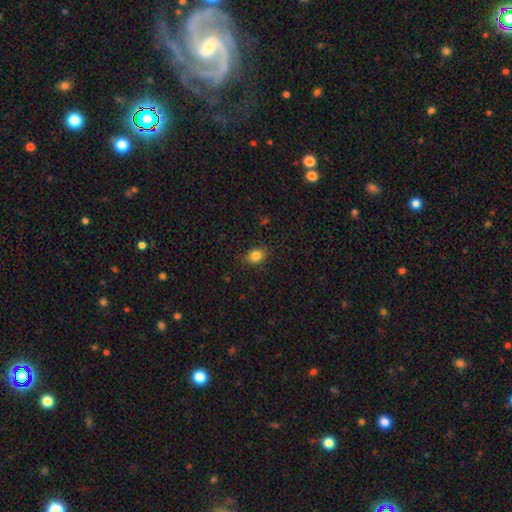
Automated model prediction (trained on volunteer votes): smooth-or-featured: smooth: 84% | star or artifact: 11% | featured or disk: 5%
  how-rounded: round: 52% | in between: 47% | cigar-shaped: 1%
  merging: none: 88% | minor disturbance: 9% | major disturbance: 2% | merger: 1%